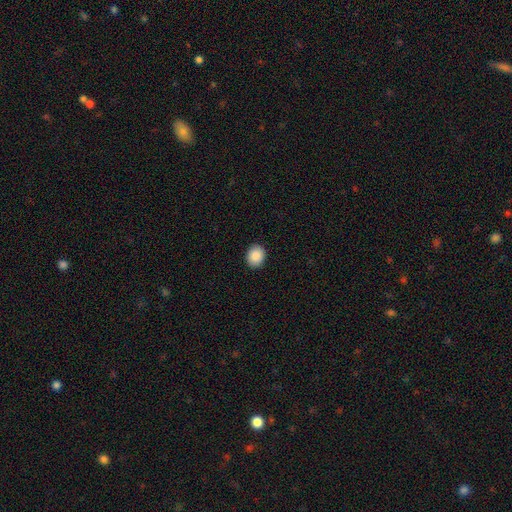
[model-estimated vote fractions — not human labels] Morphology: type=smooth (89%); roundness=round (54%); merging=none (91%).